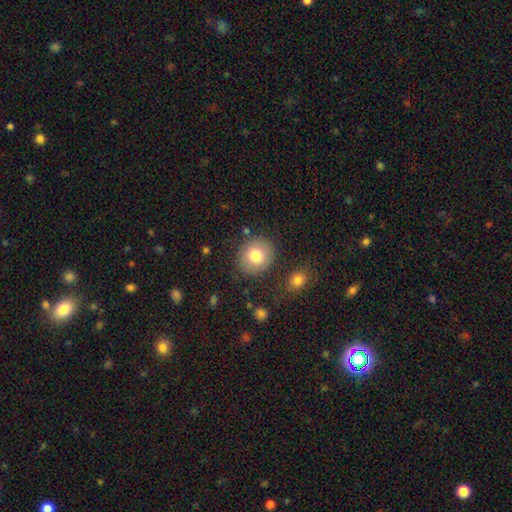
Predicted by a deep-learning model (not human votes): Smooth or featured? smooth (78%)
How rounded? round (76%)
Merging? none (82%)